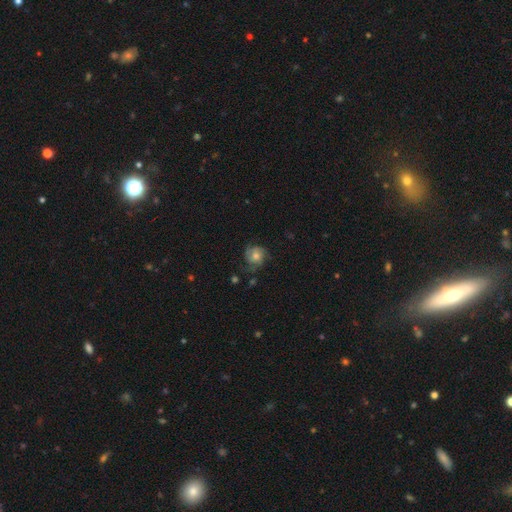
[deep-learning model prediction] The model was most divided on "smooth or featured": featured or disk: 52%, smooth: 39%, star or artifact: 9%. More confident: edge-on disk — no (98%); spiral arms — yes (85%); bar — no (78%); merging — none (63%); bulge size — moderate (62%).